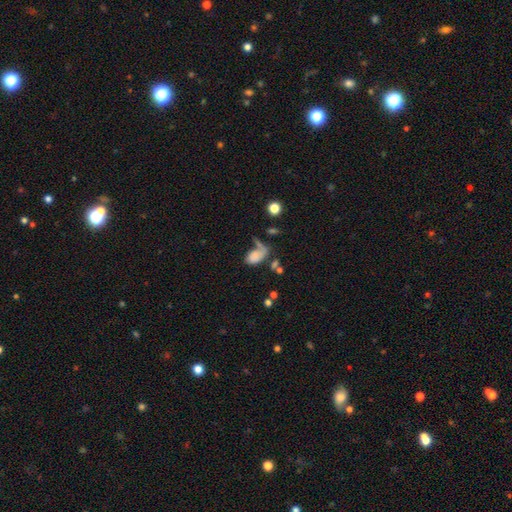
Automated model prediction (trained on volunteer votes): The model was most divided on "merging" (2-way tie): major disturbance: 31%, none: 31%, merger: 19%, minor disturbance: 18%. More confident: how rounded — in between (87%); smooth or featured — smooth (65%).